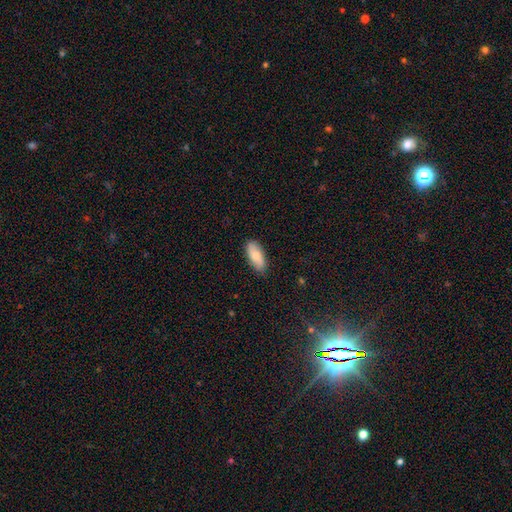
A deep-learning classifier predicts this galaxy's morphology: Smooth or featured? Predicted: smooth (p=0.75). How rounded? Predicted: in between (p=0.84). Merging? Predicted: none (p=0.85).